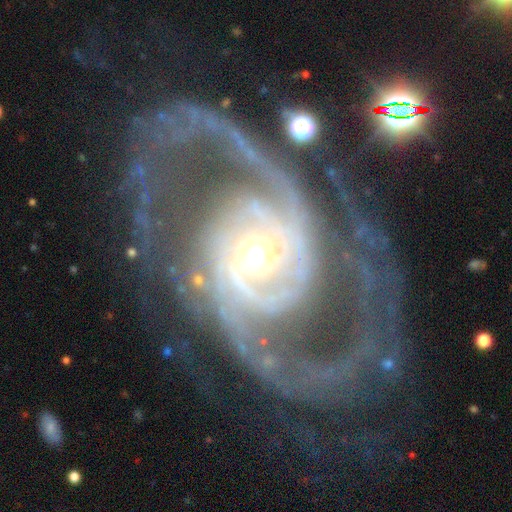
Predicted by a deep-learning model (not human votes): Q: Smooth or featured?
A: featured or disk (93%); runner-up: star or artifact (4%)
Q: Edge-on disk?
A: no (97%); runner-up: yes (3%)
Q: Bar?
A: no (52%); runner-up: weak (30%)
Q: Spiral arms?
A: yes (98%); runner-up: no (2%)
Q: Spiral winding?
A: medium (46%); runner-up: tight (33%)
Q: Spiral arm count?
A: 2 (56%); runner-up: 3 (14%)
Q: Bulge size?
A: moderate (59%); runner-up: small (32%)
Q: Merging?
A: none (60%); runner-up: major disturbance (22%)